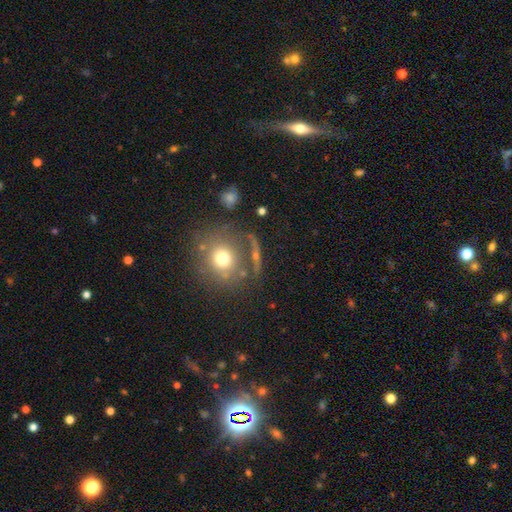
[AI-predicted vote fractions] The model was most divided on "smooth or featured": smooth: 50%, featured or disk: 31%, star or artifact: 19%. More confident: how rounded — round (71%); merging — none (67%).